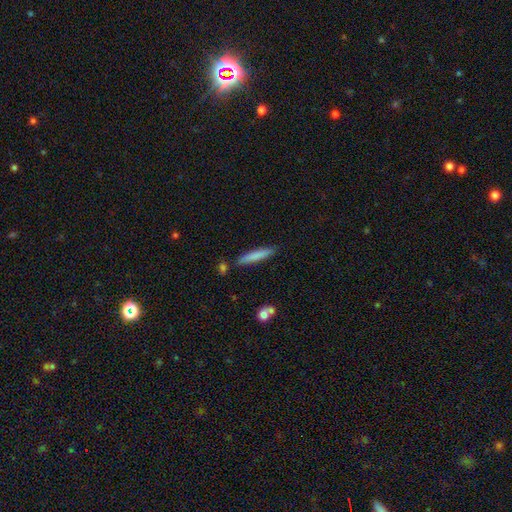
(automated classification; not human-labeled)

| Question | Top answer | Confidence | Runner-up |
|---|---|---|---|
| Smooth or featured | smooth | 76% | featured or disk (19%) |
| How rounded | cigar-shaped | 93% | in between (5%) |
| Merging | none | 85% | minor disturbance (10%) |